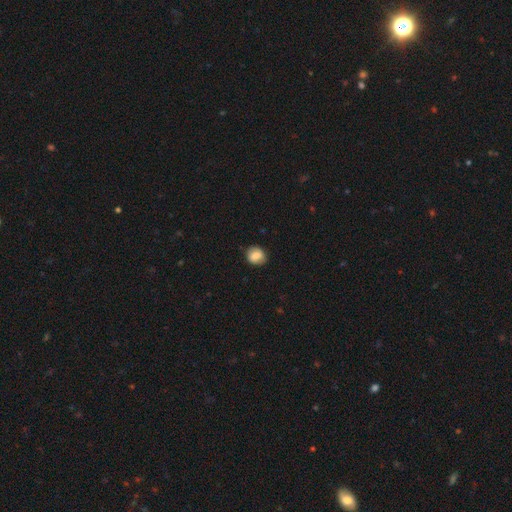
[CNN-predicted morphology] type=smooth (81%); roundness=round (74%); merging=none (84%).